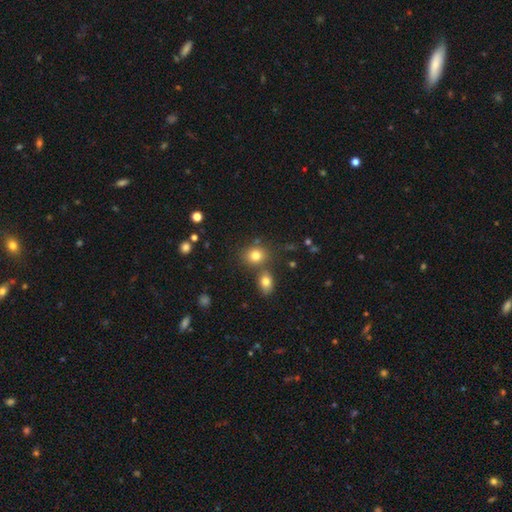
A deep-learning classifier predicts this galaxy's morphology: smooth_or_featured: smooth (p=0.80) [alt: star or artifact p=0.12]
how_rounded: round (p=0.67) [alt: in between p=0.32]
merging: none (p=0.65) [alt: merger p=0.21]